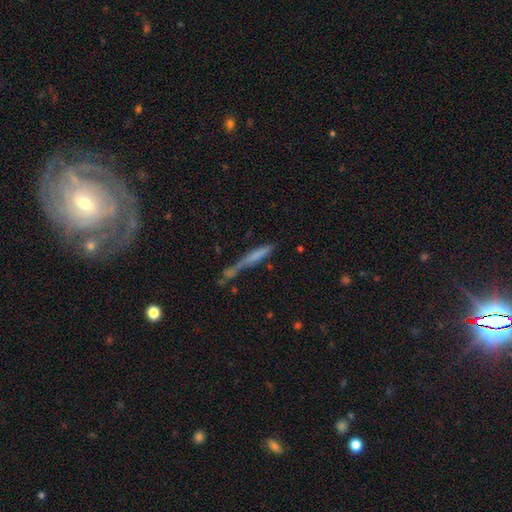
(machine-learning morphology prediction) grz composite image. It shows a smooth galaxy with no disk features (56%) that is cigar-shaped (91%). Merging: none (38%).